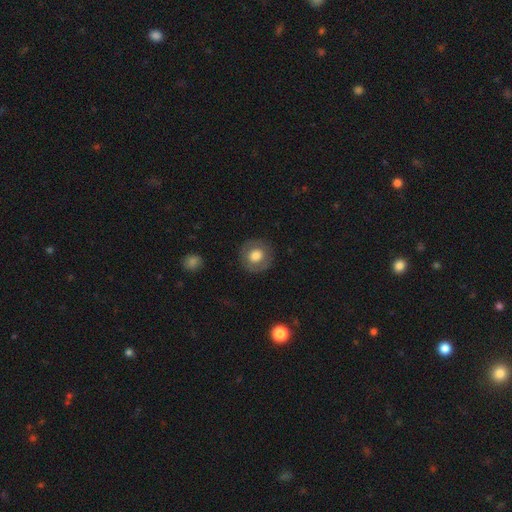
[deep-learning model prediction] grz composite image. It shows a smooth galaxy with no disk features (70%) that is round (89%). Merging: none (87%).